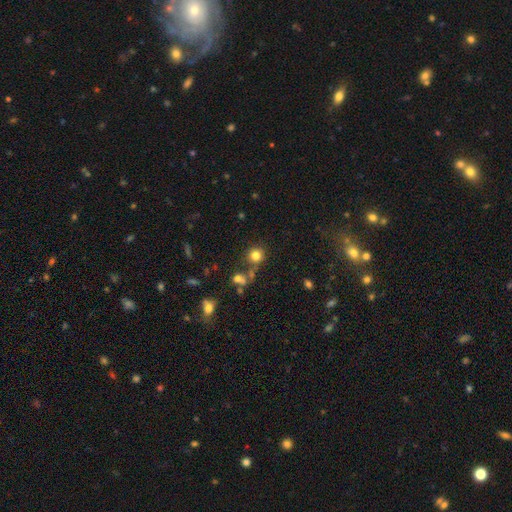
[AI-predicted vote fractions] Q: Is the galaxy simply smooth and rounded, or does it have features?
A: smooth — 79%.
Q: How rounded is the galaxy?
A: round — 89%.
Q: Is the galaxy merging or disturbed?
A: none — 72%.